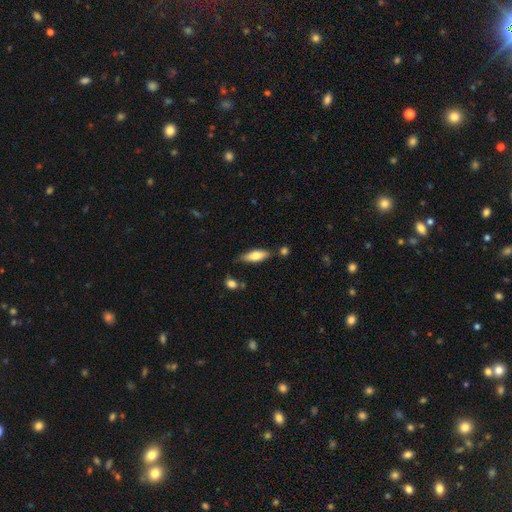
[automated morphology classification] Smooth or featured? Predicted: smooth (p=0.69). How rounded? Predicted: in between (p=0.61). Merging? Predicted: none (p=0.72).